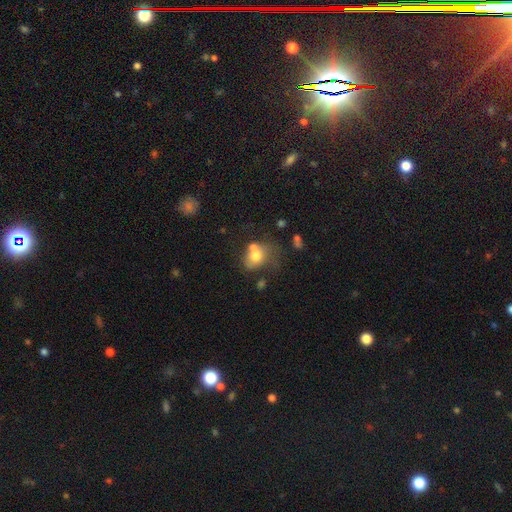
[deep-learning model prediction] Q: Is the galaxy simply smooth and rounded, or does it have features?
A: smooth — 67%.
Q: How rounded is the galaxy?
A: round — 53%.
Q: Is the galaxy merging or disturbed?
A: merger — 37%.